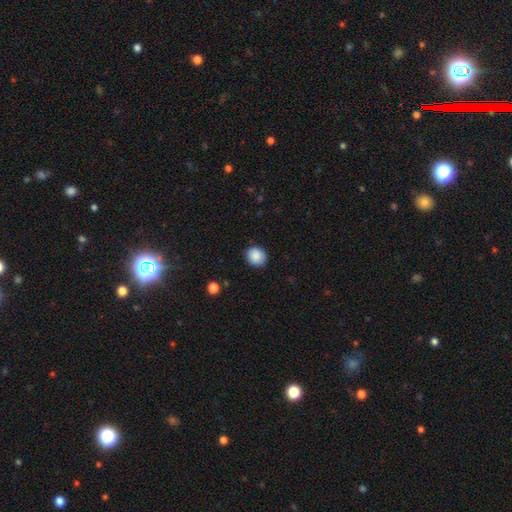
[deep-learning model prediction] smooth_or_featured: smooth (p=0.88) [alt: star or artifact p=0.08]
how_rounded: round (p=0.77) [alt: in between p=0.22]
merging: none (p=0.89) [alt: minor disturbance p=0.08]